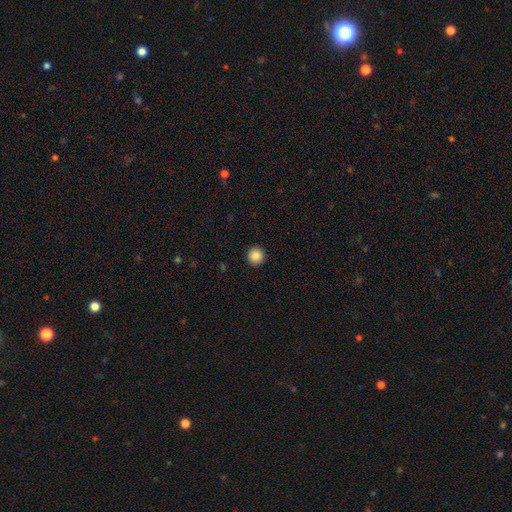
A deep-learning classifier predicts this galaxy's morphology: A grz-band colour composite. It shows a smooth galaxy with no disk features (88%) that is round (96%). Merging: none (93%).